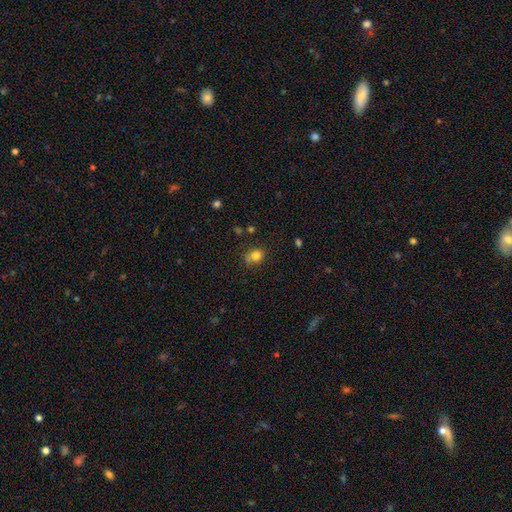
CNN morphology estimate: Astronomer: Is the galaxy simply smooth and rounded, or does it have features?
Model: smooth — 80%.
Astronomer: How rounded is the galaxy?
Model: round — 68%.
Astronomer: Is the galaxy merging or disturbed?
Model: none — 66%.